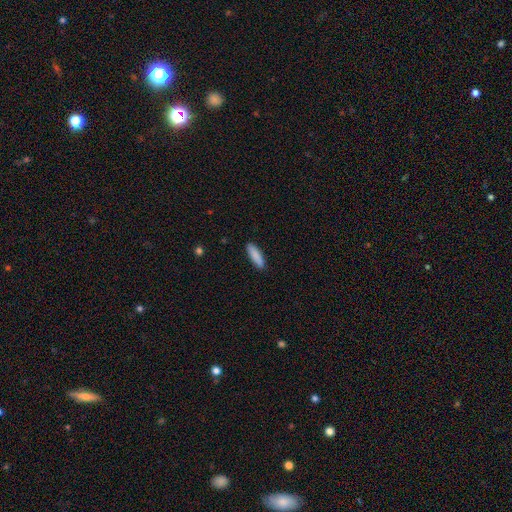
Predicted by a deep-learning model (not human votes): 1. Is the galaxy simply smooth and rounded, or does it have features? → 88% smooth, 6% featured or disk, 6% star or artifact.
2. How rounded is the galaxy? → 59% cigar-shaped, 40% in between, 1% round.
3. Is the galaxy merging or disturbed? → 89% none, 8% minor disturbance, 2% major disturbance, 1% merger.